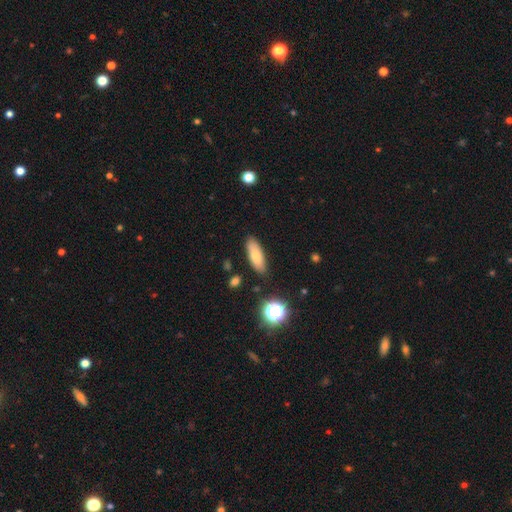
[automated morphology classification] A smooth galaxy with no disk features (75%) that is in between round and cigar-shaped (64%).

Vote fractions:
- Smooth or featured? smooth: 75% / featured or disk: 16% / star or artifact: 8%
- How rounded? in between: 64% / cigar-shaped: 33% / round: 3%
- Merging? none: 85% / minor disturbance: 10% / major disturbance: 2% / merger: 2%